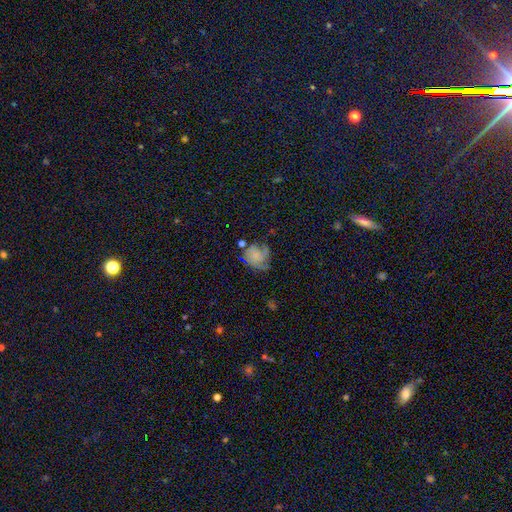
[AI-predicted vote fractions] This appears to be a featured or disk galaxy (55%) with no bar (82%), spiral arms (87%) and a small central bulge (49%). Merging: none (53%).